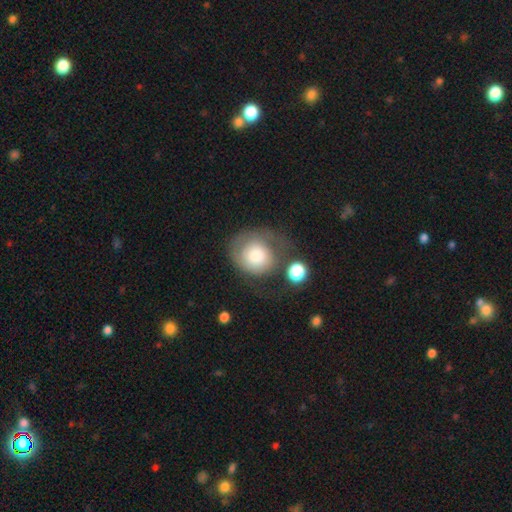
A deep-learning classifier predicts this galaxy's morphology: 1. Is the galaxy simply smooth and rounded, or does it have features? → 63% smooth, 29% featured or disk, 8% star or artifact.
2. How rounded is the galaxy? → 74% round, 25% in between, 1% cigar-shaped.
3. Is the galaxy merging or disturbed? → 33% major disturbance (tied), 33% none (tied), 25% minor disturbance, 10% merger.